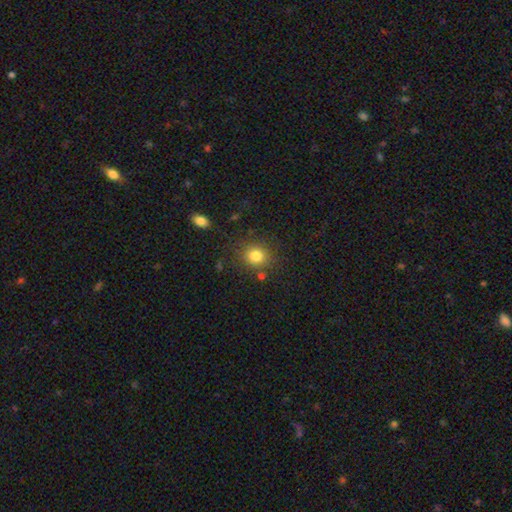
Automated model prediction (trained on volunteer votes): smooth_or_featured: smooth (p=0.82) [alt: star or artifact p=0.11]
how_rounded: round (p=0.79) [alt: in between p=0.20]
merging: none (p=0.80) [alt: minor disturbance p=0.11]